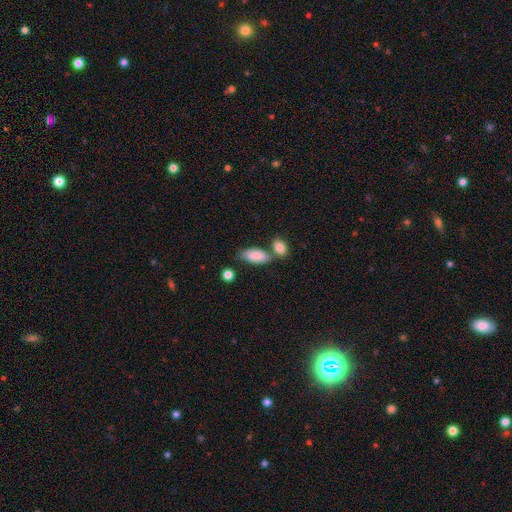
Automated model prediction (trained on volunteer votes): Smooth or featured? Predicted: smooth (p=0.84). How rounded? Predicted: in between (p=0.90). Merging? Predicted: none (p=0.51).